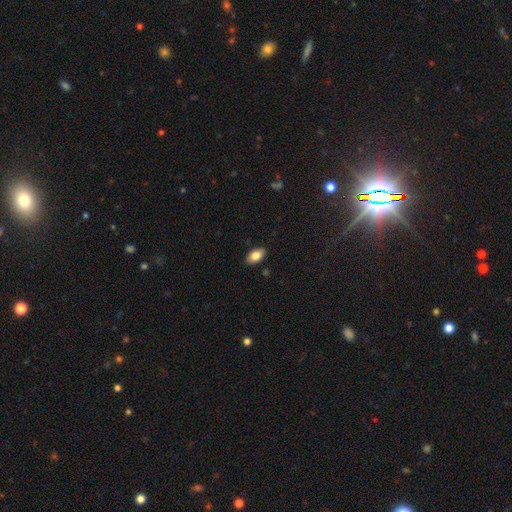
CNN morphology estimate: Q: Smooth or featured?
A: smooth (82%); runner-up: featured or disk (11%)
Q: How rounded?
A: in between (93%); runner-up: round (4%)
Q: Merging?
A: none (88%); runner-up: minor disturbance (9%)